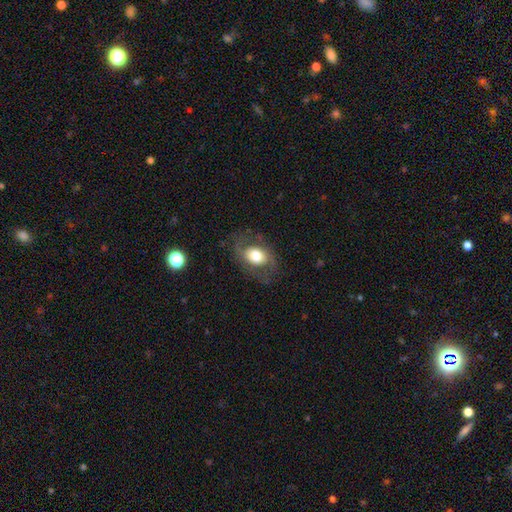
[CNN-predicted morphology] Smooth or featured?
  - smooth: 49% *
  - featured or disk: 43%
  - star or artifact: 8%
Merging?
  - none: 71% *
  - minor disturbance: 16%
  - major disturbance: 12%
  - merger: 1%